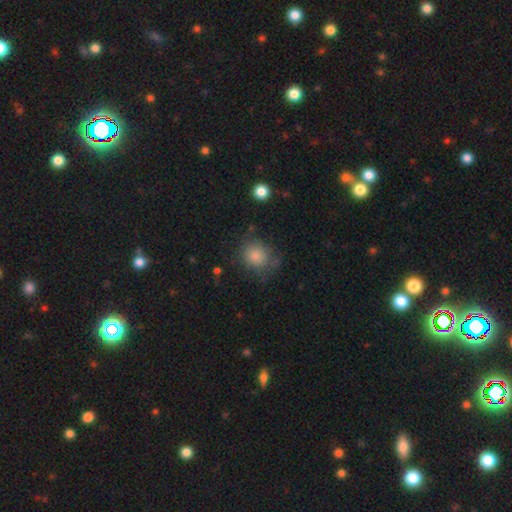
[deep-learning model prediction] smooth-or-featured: smooth: 81% | star or artifact: 11% | featured or disk: 8%
  how-rounded: round: 78% | in between: 21% | cigar-shaped: 1%
  merging: none: 66% | minor disturbance: 22% | major disturbance: 8% | merger: 3%